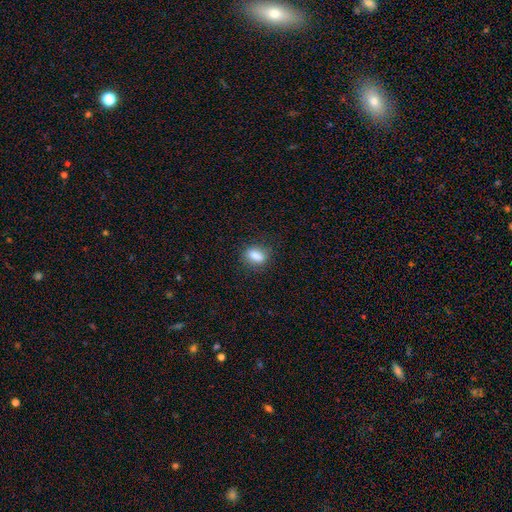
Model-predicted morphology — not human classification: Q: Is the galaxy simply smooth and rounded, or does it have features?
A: smooth — 82%.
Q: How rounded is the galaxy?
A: in between — 73%.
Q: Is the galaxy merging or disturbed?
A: none — 82%.